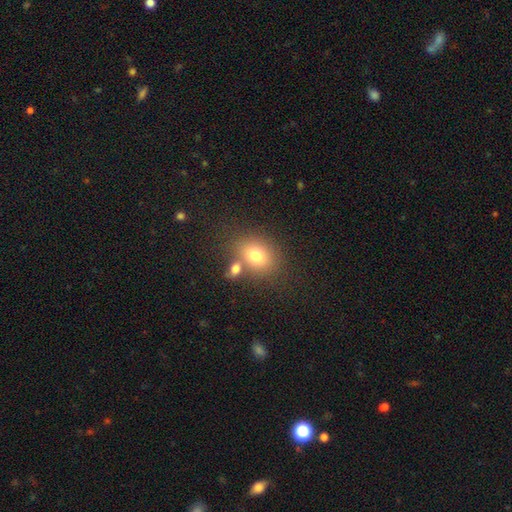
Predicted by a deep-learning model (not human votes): This appears to be a smooth galaxy with no disk features (76%) that is in between round and cigar-shaped (57%). Merging: none (62%).